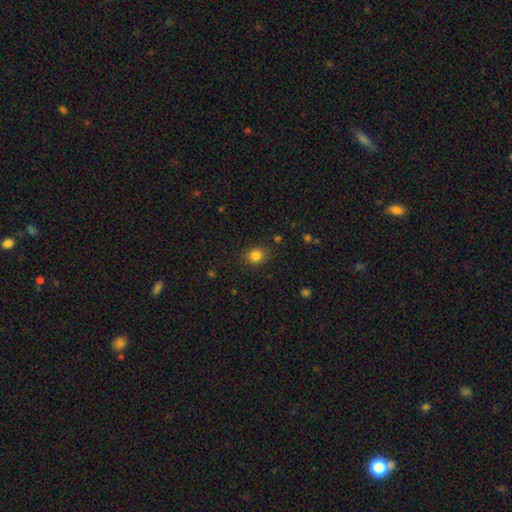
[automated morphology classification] smooth_or_featured: smooth (p=0.83) [alt: star or artifact p=0.12]
how_rounded: round (p=0.64) [alt: in between p=0.35]
merging: none (p=0.86) [alt: minor disturbance p=0.10]